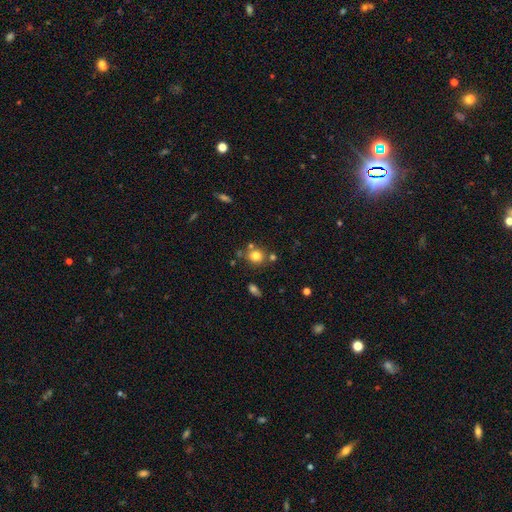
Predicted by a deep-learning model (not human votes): Morphology: type=smooth (78%); roundness=round (84%); merging=none (71%).